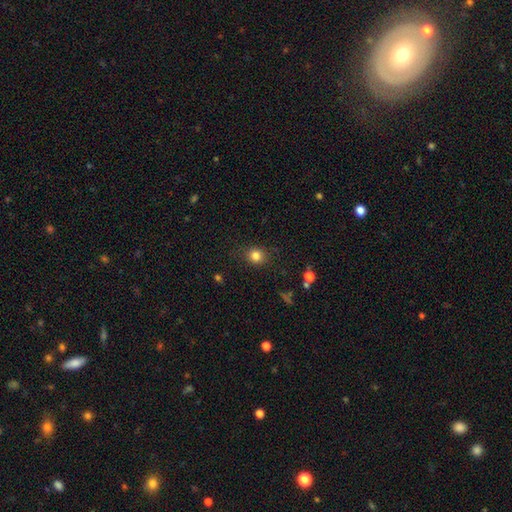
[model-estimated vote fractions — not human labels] Morphology: type=smooth (82%); roundness=round (80%); merging=none (85%).